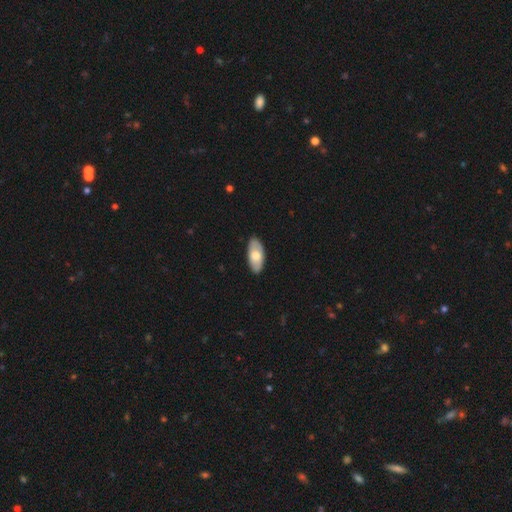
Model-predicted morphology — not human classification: smooth-or-featured: smooth: 66% | featured or disk: 29% | star or artifact: 5%
  how-rounded: in between: 92% | cigar-shaped: 6% | round: 2%
  merging: none: 87% | minor disturbance: 10% | major disturbance: 2% | merger: 1%